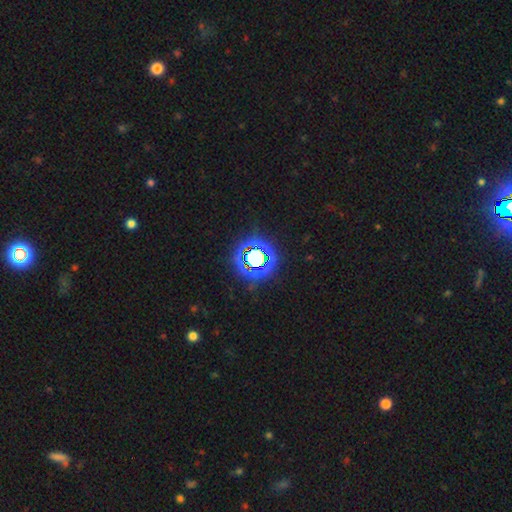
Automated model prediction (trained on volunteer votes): smooth-or-featured: star or artifact: 69% | smooth: 19% | featured or disk: 11%